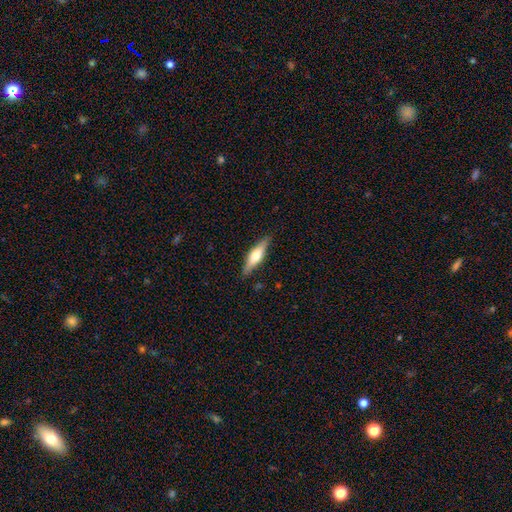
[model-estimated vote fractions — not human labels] Smooth or featured? featured or disk (50%)
Edge-on disk? yes (93%)
Merging? none (86%)